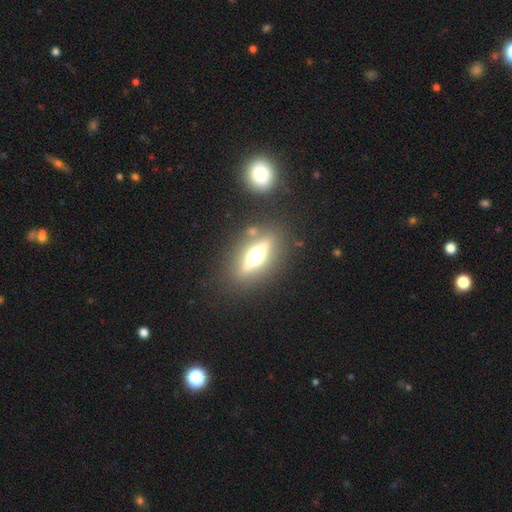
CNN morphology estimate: type=featured or disk (72%); edge-on=yes (93%); edge-on bulge=rounded (95%); merging=none (85%).